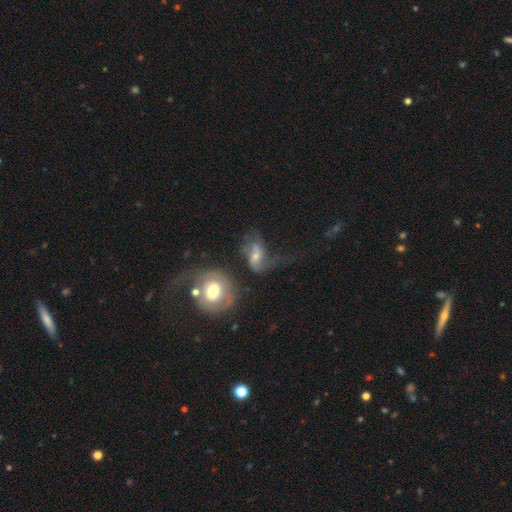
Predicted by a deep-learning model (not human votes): Overall: featured or disk (60%; smooth 29%). Edge-on disk: no (96%). Bar: no (50%; weak 37%). Spiral arms: yes (76%). Bulge size: moderate (50%; small 38%). Merging: major disturbance (36%; none 26%).